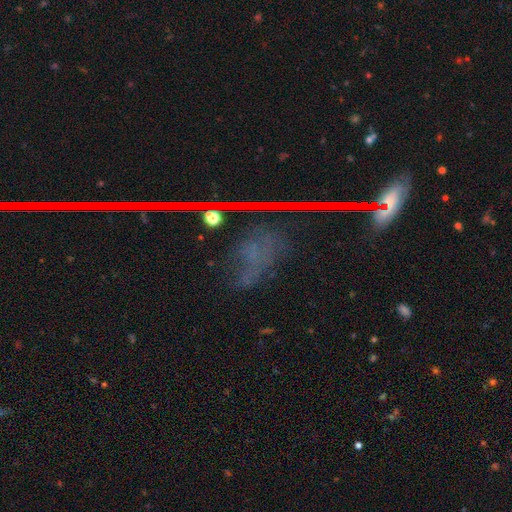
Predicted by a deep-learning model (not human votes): Smooth or featured? Predicted: star or artifact (p=0.56).